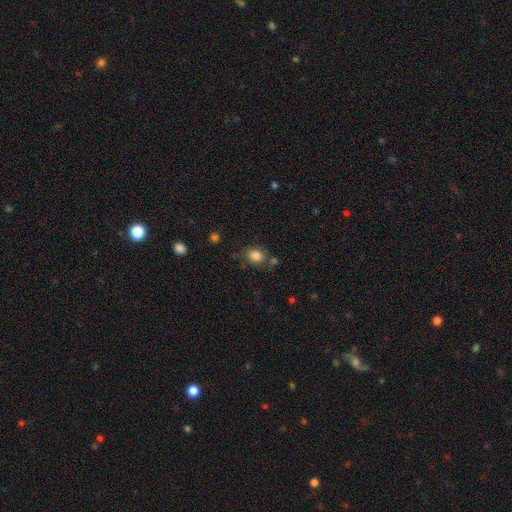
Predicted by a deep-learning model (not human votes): Overall: smooth (82%). How rounded: round (58%; in between 41%). Merging: none (70%).